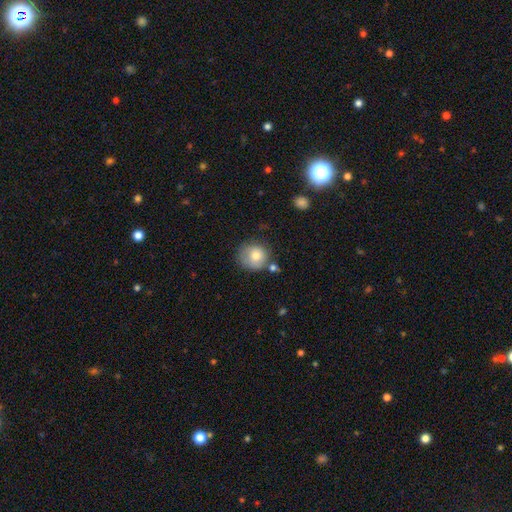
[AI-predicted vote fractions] Smooth or featured: smooth — 77% (featured or disk — 15%)
How rounded: round — 84% (in between — 15%)
Merging: none — 60% (minor disturbance — 23%)